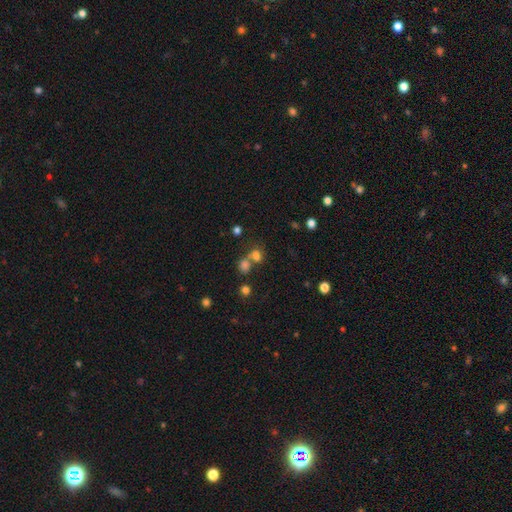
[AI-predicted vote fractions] Smooth or featured? smooth (70%)
How rounded? round (53%)
Merging? none (44%)